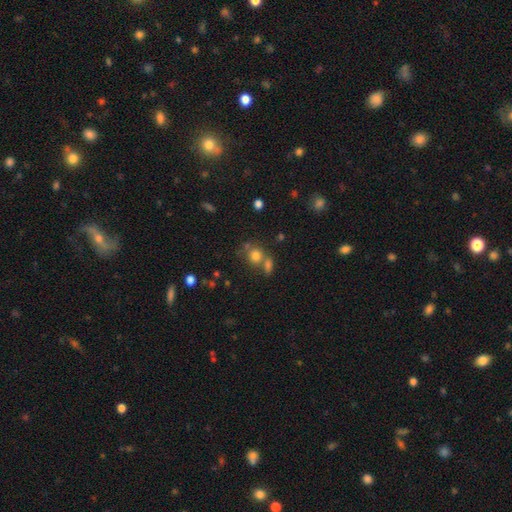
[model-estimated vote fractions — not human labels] Morphology: type=smooth (76%); roundness=round (79%); merging=none (50%).